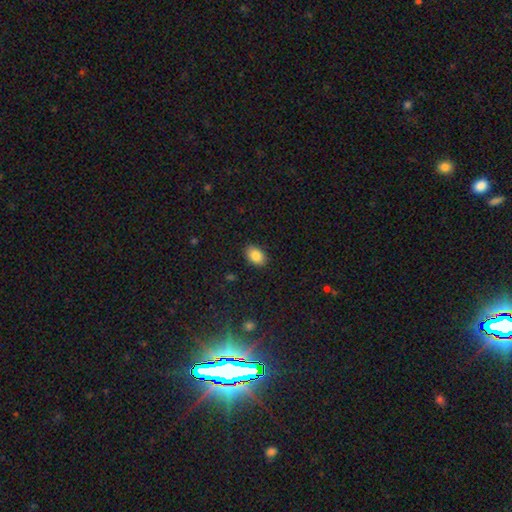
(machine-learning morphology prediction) The model was most divided on "how rounded": in between: 86%, round: 13%, cigar-shaped: 1%. More confident: merging — none (88%); smooth or featured — smooth (85%).